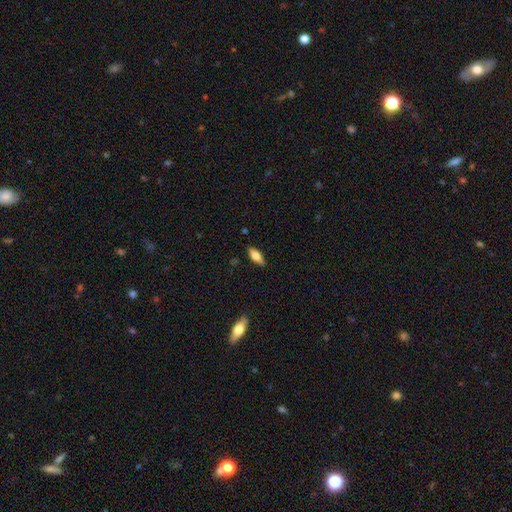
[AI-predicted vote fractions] This appears to be a smooth galaxy with no disk features (62%) that is in between round and cigar-shaped (72%). Merging: none (85%).